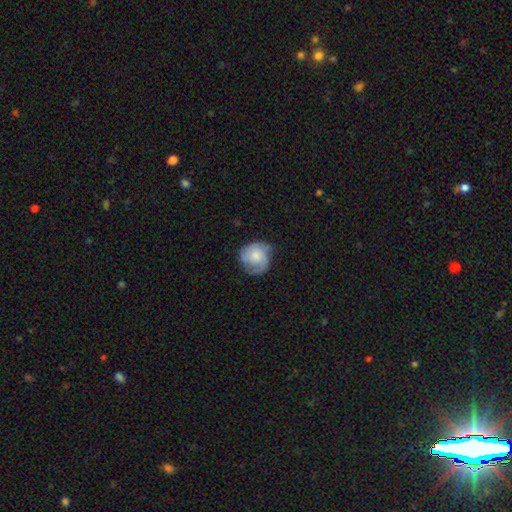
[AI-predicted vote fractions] Smooth or featured? Predicted: smooth (p=0.56). How rounded? Predicted: round (p=0.80). Merging? Predicted: none (p=0.58).